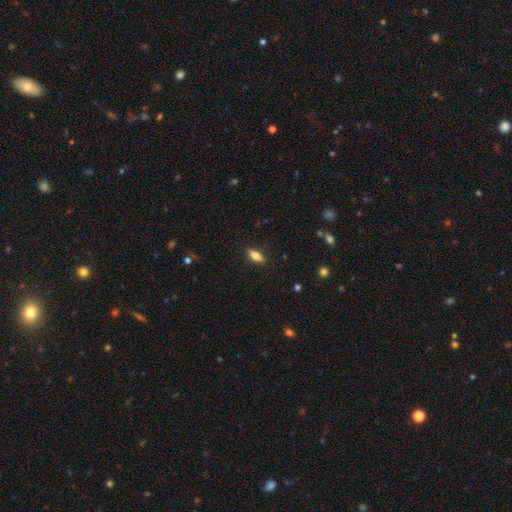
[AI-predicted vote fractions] The model was most divided on "smooth or featured": smooth: 71%, featured or disk: 21%, star or artifact: 8%. More confident: merging — none (87%); how rounded — in between (78%).